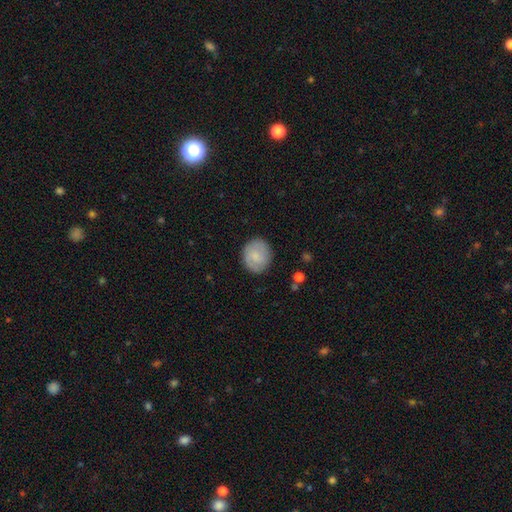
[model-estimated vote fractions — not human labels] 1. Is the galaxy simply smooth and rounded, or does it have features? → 66% smooth, 28% featured or disk, 7% star or artifact.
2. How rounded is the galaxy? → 68% round, 31% in between, 1% cigar-shaped.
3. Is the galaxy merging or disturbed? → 84% none, 12% minor disturbance, 3% major disturbance, 1% merger.